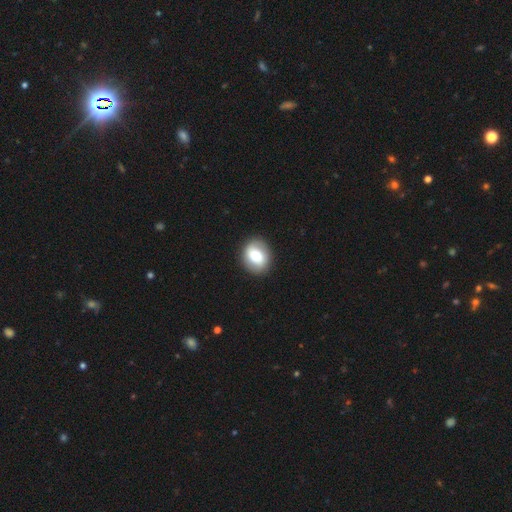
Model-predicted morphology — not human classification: Overall: smooth (60%; featured or disk 33%). How rounded: round (62%; in between 37%). Merging: none (89%).